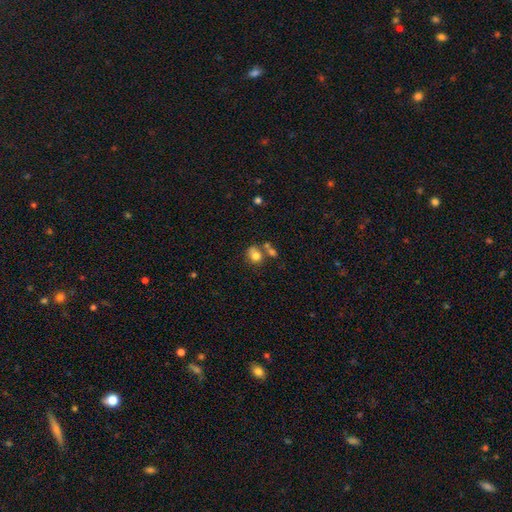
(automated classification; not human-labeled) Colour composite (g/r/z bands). It shows a smooth galaxy with no disk features (75%) that is round (61%). Merging: none (42%).